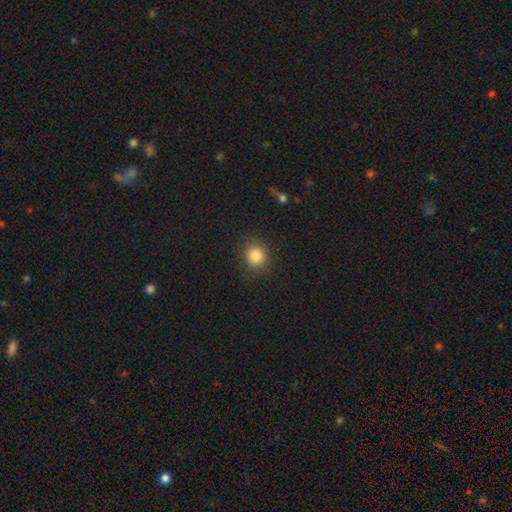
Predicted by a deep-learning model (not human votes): A smooth galaxy with no disk features (85%) that is round (88%).

Vote fractions:
- Smooth or featured? smooth: 85% / star or artifact: 11% / featured or disk: 4%
- How rounded? round: 88% / in between: 11% / cigar-shaped: 1%
- Merging? none: 89% / minor disturbance: 7% / major disturbance: 3% / merger: 1%